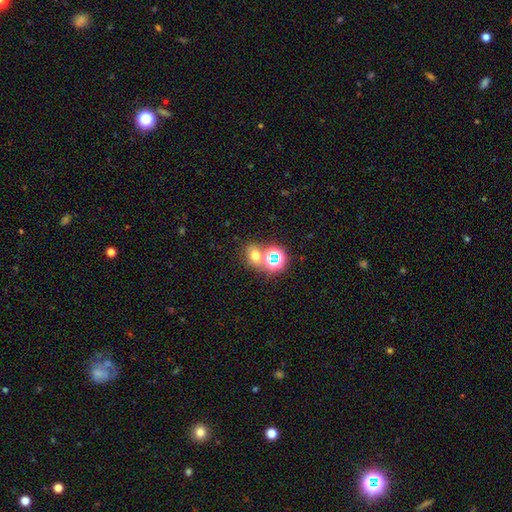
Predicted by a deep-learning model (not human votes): smooth 58%, star or artifact 30%, featured or disk 11%. Down the decision tree: how rounded — round (57%); merging — none (59%).